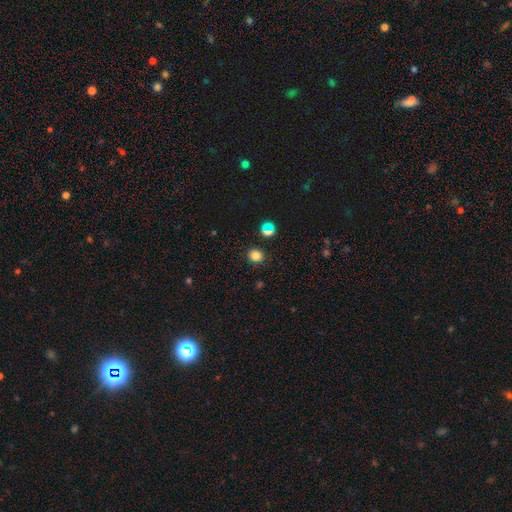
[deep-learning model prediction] smooth_or_featured: smooth (p=0.78) [alt: star or artifact p=0.16]
how_rounded: round (p=0.81) [alt: in between p=0.19]
merging: none (p=0.86) [alt: minor disturbance p=0.08]